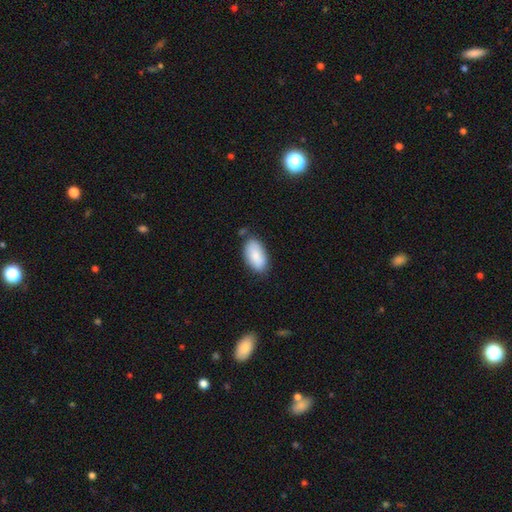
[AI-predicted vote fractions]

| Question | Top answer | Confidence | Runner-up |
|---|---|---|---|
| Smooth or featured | smooth | 86% | featured or disk (8%) |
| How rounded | in between | 95% | round (3%) |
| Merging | none | 75% | minor disturbance (17%) |